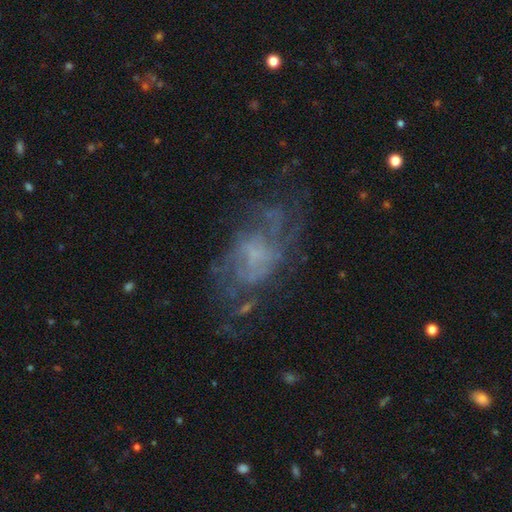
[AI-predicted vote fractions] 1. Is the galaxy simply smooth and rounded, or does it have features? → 73% featured or disk, 15% smooth, 12% star or artifact.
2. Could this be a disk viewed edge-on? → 96% no, 4% yes.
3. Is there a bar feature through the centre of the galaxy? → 66% no, 29% weak, 5% strong.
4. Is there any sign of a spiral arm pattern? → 76% yes, 24% no.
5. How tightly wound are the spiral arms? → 41% medium, 33% tight, 26% loose.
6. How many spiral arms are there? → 51% can't tell, 19% 2, 12% 3, 8% 4, 5% more than 4, 5% 1.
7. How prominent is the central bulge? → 39% none, 38% small, 18% moderate, 4% large, 1% dominant.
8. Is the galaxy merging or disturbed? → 57% none, 21% major disturbance, 19% minor disturbance, 3% merger.